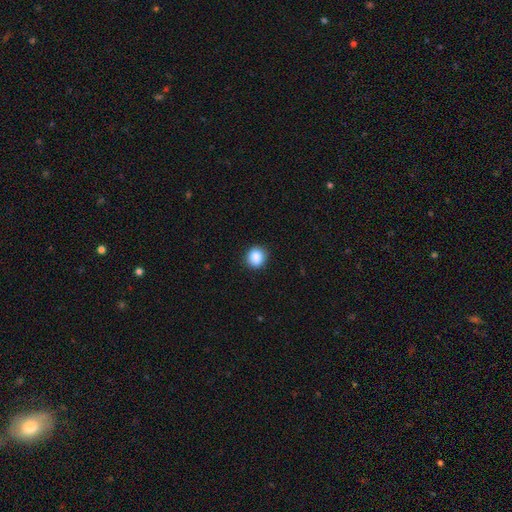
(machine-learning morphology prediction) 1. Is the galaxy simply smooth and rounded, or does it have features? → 87% smooth, 9% star or artifact, 4% featured or disk.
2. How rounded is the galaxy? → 81% round, 18% in between, 1% cigar-shaped.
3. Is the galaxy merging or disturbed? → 88% none, 9% minor disturbance, 2% major disturbance, 1% merger.